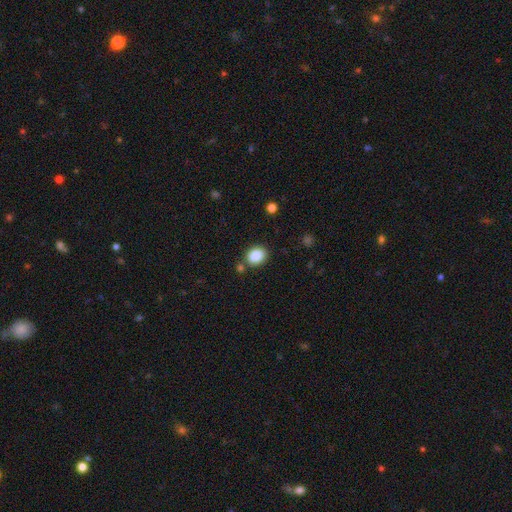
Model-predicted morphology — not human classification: Q: Smooth or featured?
A: smooth (87%); runner-up: star or artifact (9%)
Q: How rounded?
A: round (55%); runner-up: in between (44%)
Q: Merging?
A: none (80%); runner-up: minor disturbance (10%)